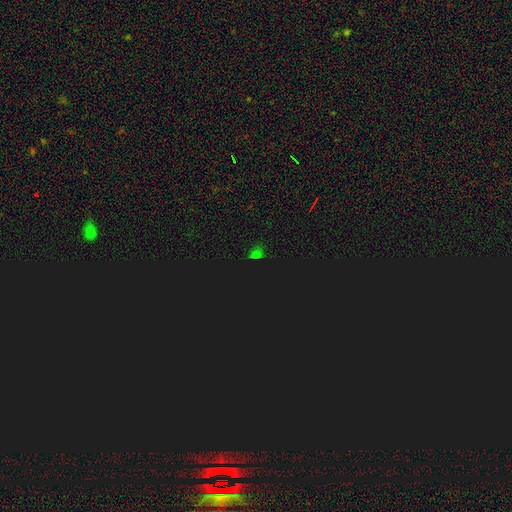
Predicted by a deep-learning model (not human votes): Smooth or featured?
  - star or artifact: 65% *
  - smooth: 29%
  - featured or disk: 6%